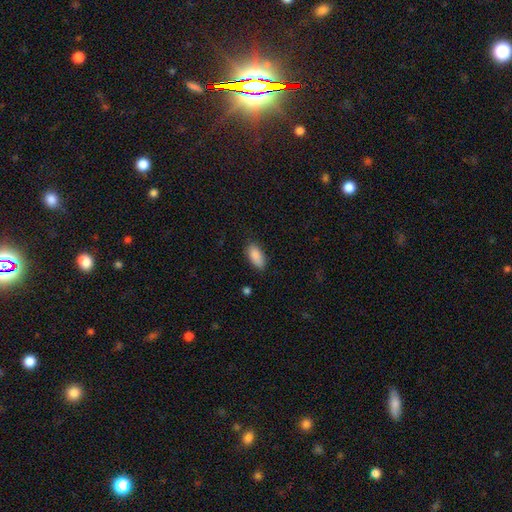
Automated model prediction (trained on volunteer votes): Smooth or featured? smooth (89%)
How rounded? in between (91%)
Merging? none (82%)